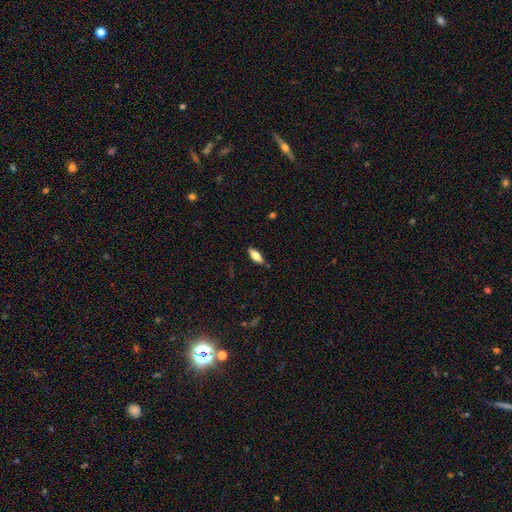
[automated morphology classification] smooth 72%, featured or disk 21%, star or artifact 7%. Down the decision tree: how rounded — in between (67%); merging — none (82%).